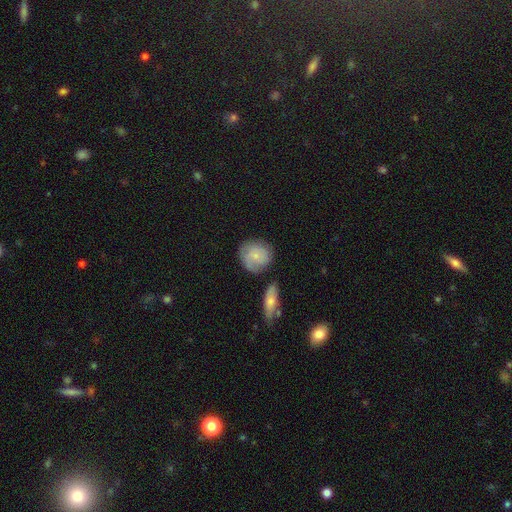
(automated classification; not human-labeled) This is likely a smooth galaxy (63%). How rounded: clearly round (82%). Merging: likely none (65%).